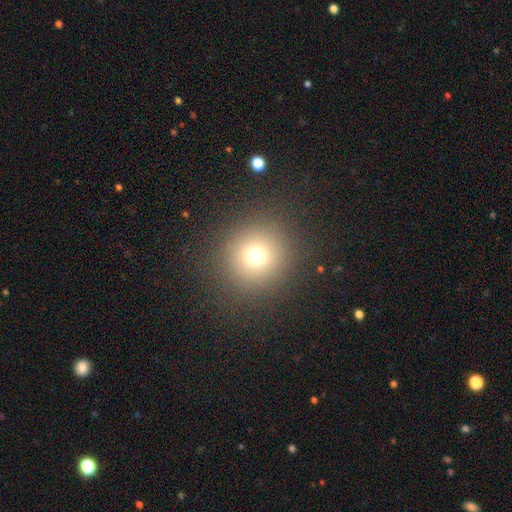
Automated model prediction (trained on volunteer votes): Smooth or featured? smooth (72%)
How rounded? round (93%)
Merging? none (89%)